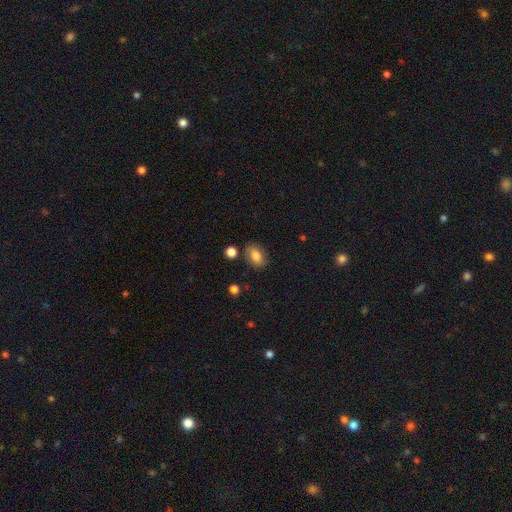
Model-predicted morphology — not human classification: Smooth or featured? Predicted: smooth (p=0.79). How rounded? Predicted: in between (p=0.84). Merging? Predicted: none (p=0.80).